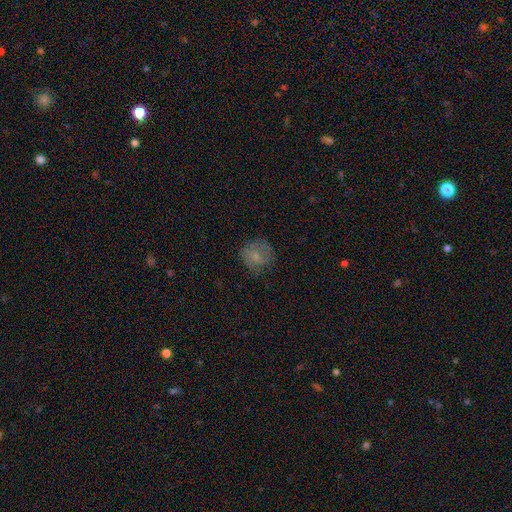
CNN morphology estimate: smooth 63%, featured or disk 27%, star or artifact 10%. Down the decision tree: how rounded — round (76%); merging — none (62%).